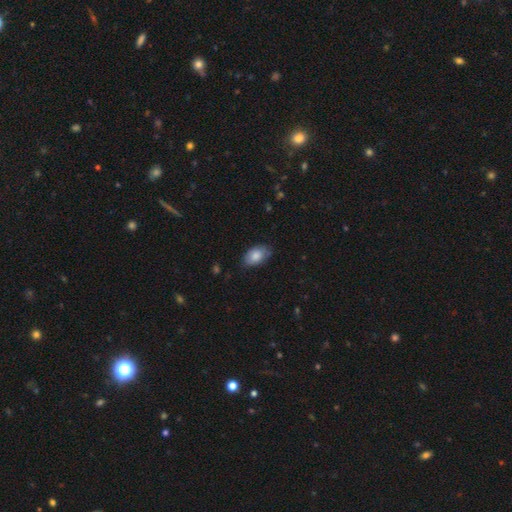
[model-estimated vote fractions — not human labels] Smooth or featured? Predicted: smooth (p=0.81). How rounded? Predicted: in between (p=0.91). Merging? Predicted: none (p=0.72).